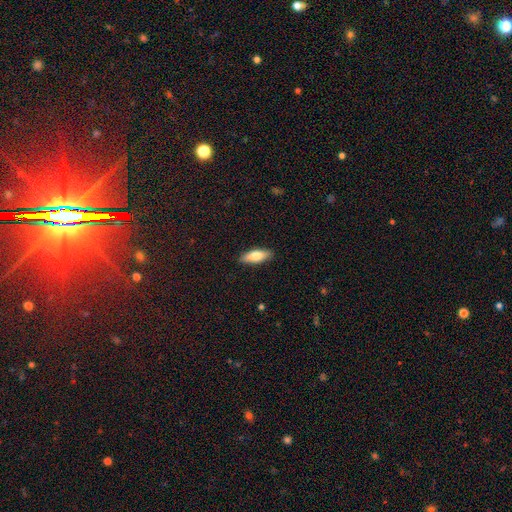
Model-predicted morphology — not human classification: Smooth or featured? Predicted: smooth (p=0.72). How rounded? Predicted: in between (p=0.62). Merging? Predicted: none (p=0.89).